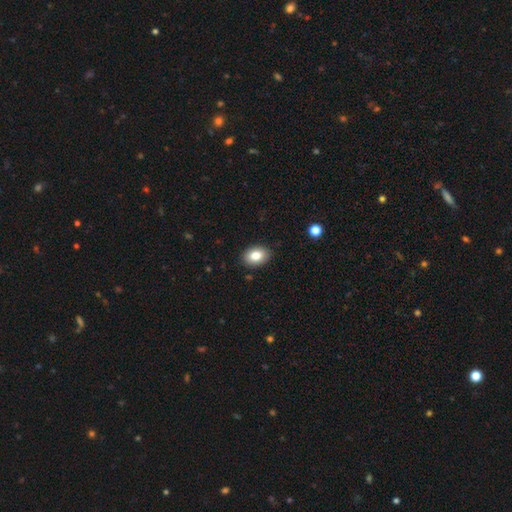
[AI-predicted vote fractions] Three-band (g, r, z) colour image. It shows a smooth galaxy with no disk features (82%) that is in between round and cigar-shaped (78%). Merging: none (88%).